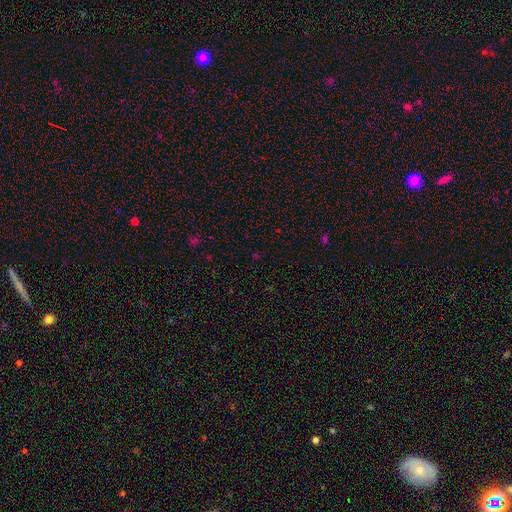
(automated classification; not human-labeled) smooth_or_featured: star or artifact (p=0.63) [alt: smooth p=0.30]